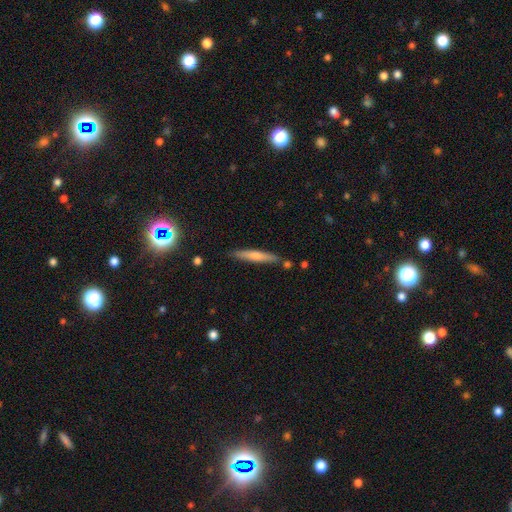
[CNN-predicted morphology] smooth_or_featured: smooth (p=0.61) [alt: featured or disk p=0.34]
how_rounded: cigar-shaped (p=0.93) [alt: in between p=0.06]
merging: none (p=0.81) [alt: minor disturbance p=0.12]